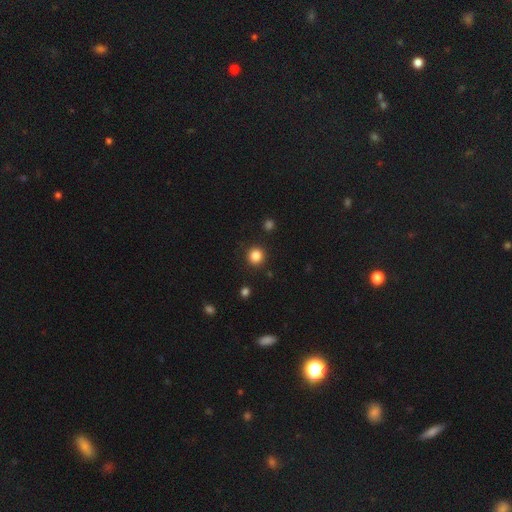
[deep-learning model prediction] Smooth or featured: smooth — 84% (star or artifact — 12%)
How rounded: round — 91% (in between — 8%)
Merging: none — 90% (minor disturbance — 6%)